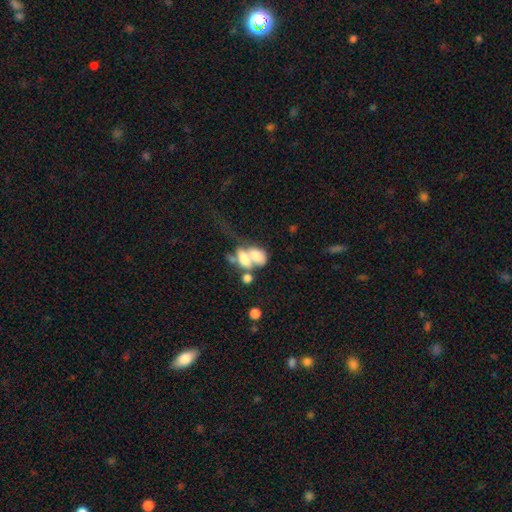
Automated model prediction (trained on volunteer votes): This is likely a smooth galaxy (61%). How rounded: clearly in between (80%). Merging: likely merger (67%).